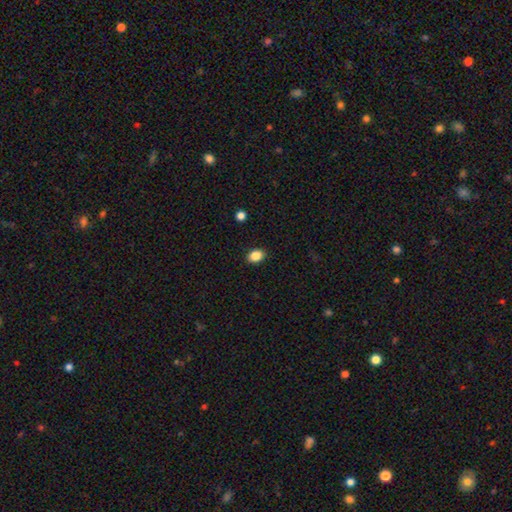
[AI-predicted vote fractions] A smooth galaxy with no disk features (87%) that is in between round and cigar-shaped (72%). Merging: none (90%).